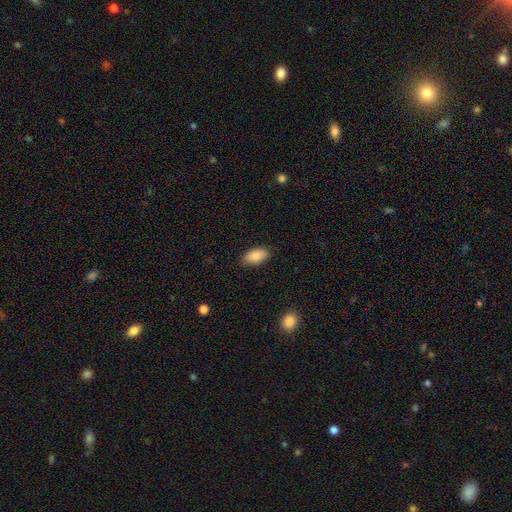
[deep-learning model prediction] The model was most divided on "merging": none: 84%, minor disturbance: 12%, major disturbance: 2%, merger: 1%. More confident: how rounded — in between (93%); smooth or featured — smooth (86%).